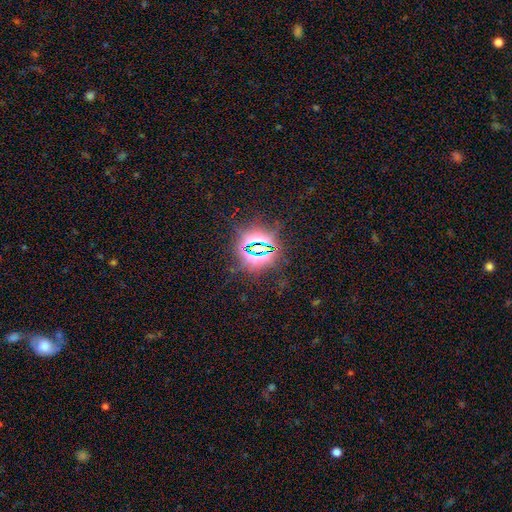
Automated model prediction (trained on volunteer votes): Overall: star or artifact (81%).